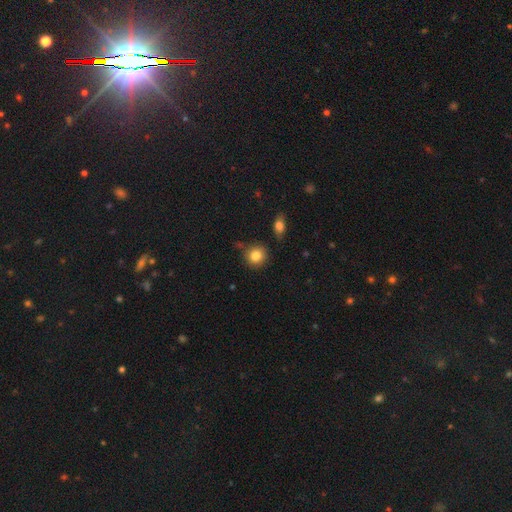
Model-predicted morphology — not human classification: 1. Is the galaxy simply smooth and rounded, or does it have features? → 84% smooth, 10% star or artifact, 7% featured or disk.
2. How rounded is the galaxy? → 89% round, 10% in between, 1% cigar-shaped.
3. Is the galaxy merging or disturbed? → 81% none, 11% minor disturbance, 4% merger, 3% major disturbance.